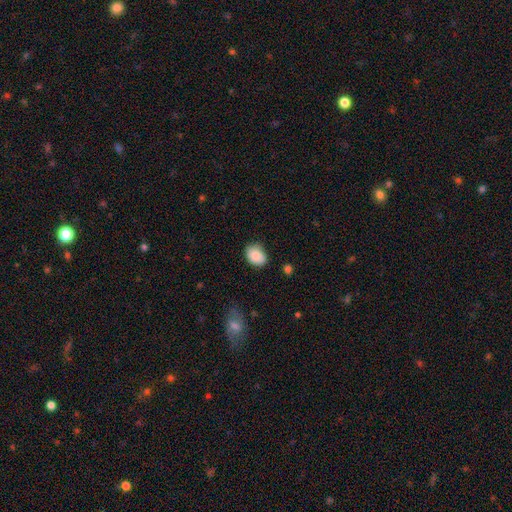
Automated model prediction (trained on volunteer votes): A smooth galaxy with no disk features (87%) that is in between round and cigar-shaped (72%). Merging: none (70%).